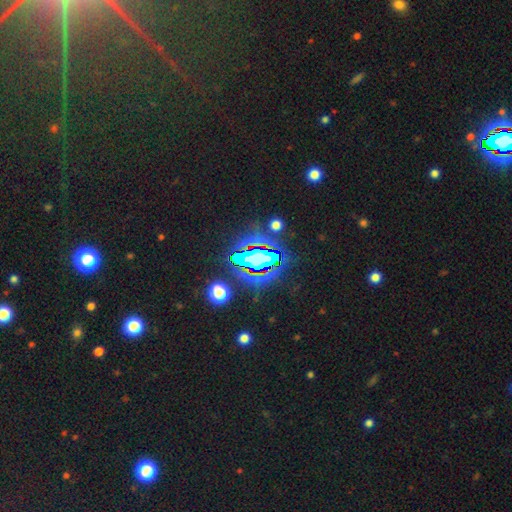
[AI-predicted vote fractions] Morphology: type=star or artifact (79%).